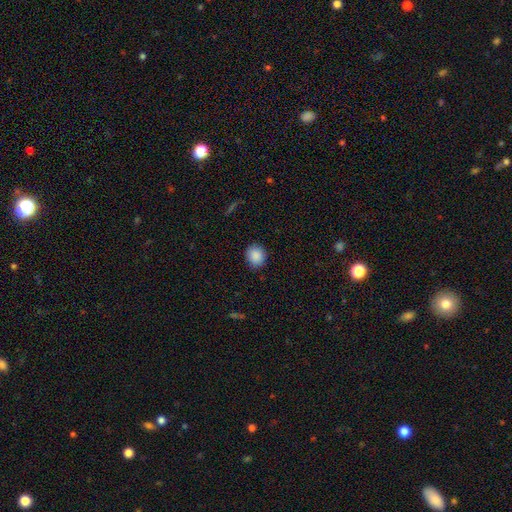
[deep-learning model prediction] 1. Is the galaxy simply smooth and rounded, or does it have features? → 89% smooth, 8% star or artifact, 3% featured or disk.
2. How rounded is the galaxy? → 80% round, 19% in between, 1% cigar-shaped.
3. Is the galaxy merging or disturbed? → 89% none, 8% minor disturbance, 2% major disturbance, 1% merger.